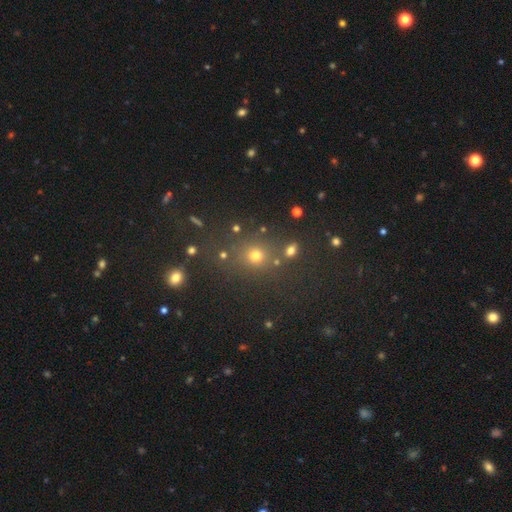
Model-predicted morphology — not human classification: This is likely a smooth galaxy (67%). How rounded: clearly round (80%). Merging: likely none (72%).